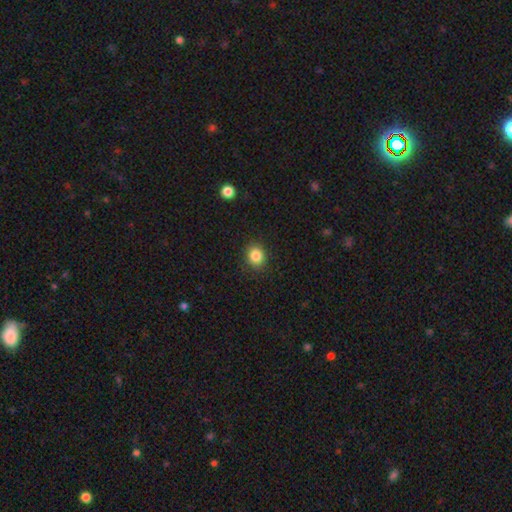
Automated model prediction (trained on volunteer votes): smooth 86%, star or artifact 10%, featured or disk 4%. Down the decision tree: how rounded — round (75%); merging — none (89%).